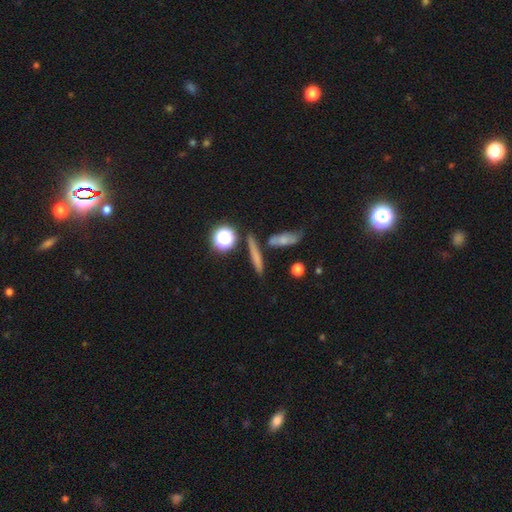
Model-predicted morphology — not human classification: smooth_or_featured: smooth (p=0.63) [alt: featured or disk p=0.21]
how_rounded: cigar-shaped (p=0.72) [alt: round p=0.14]
merging: none (p=0.74) [alt: merger p=0.11]